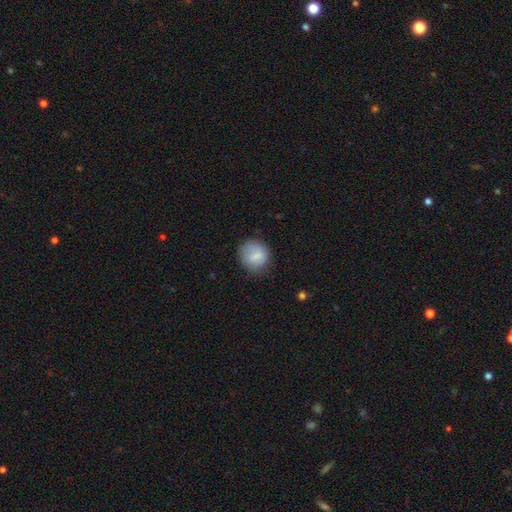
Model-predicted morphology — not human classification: Smooth or featured? smooth (77%)
How rounded? round (83%)
Merging? none (72%)